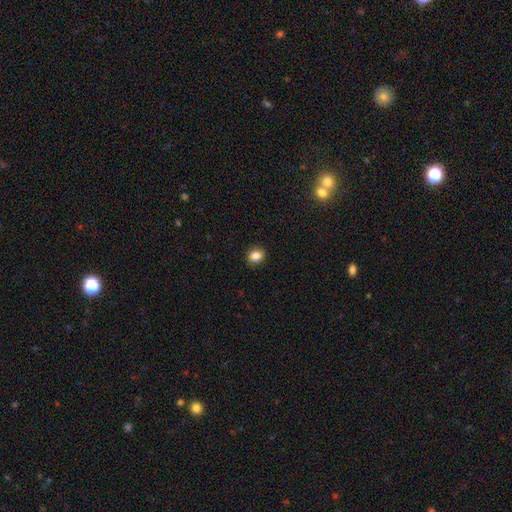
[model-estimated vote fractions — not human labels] Smooth or featured? smooth (85%)
How rounded? round (66%)
Merging? none (90%)